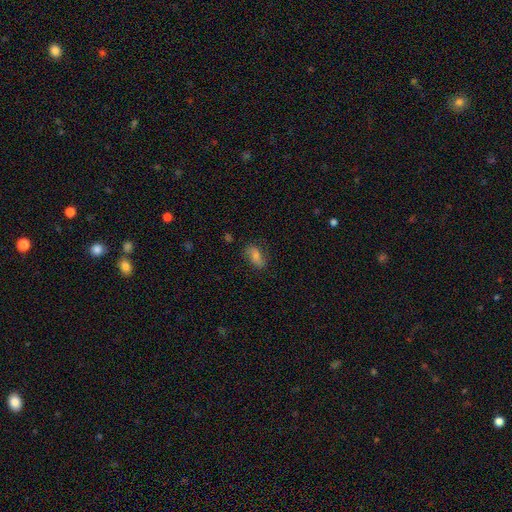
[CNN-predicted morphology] Smooth or featured? smooth (45%)
Merging? none (74%)